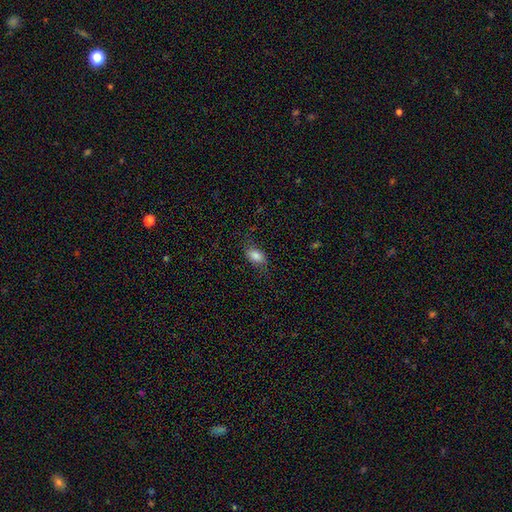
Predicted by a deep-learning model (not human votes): Smooth or featured: smooth — 81% (featured or disk — 10%)
How rounded: in between — 88% (round — 8%)
Merging: none — 70% (minor disturbance — 20%)